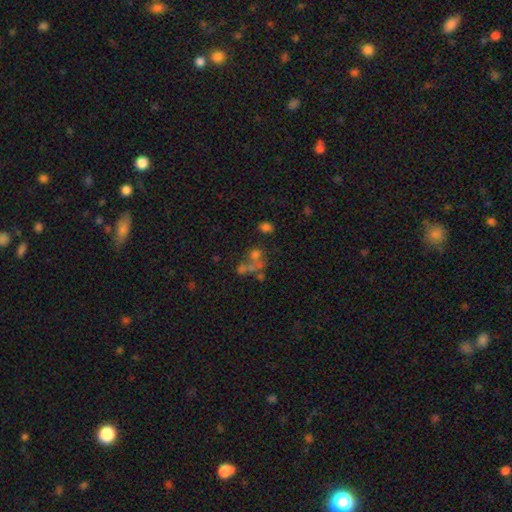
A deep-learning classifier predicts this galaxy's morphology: Smooth or featured? Predicted: smooth (p=0.44). Merging? Predicted: merger (p=0.41).